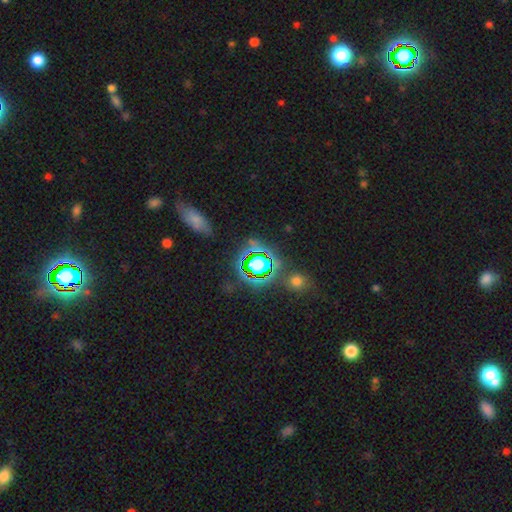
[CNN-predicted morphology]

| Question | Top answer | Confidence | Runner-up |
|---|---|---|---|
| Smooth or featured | star or artifact | 71% | smooth (19%) |